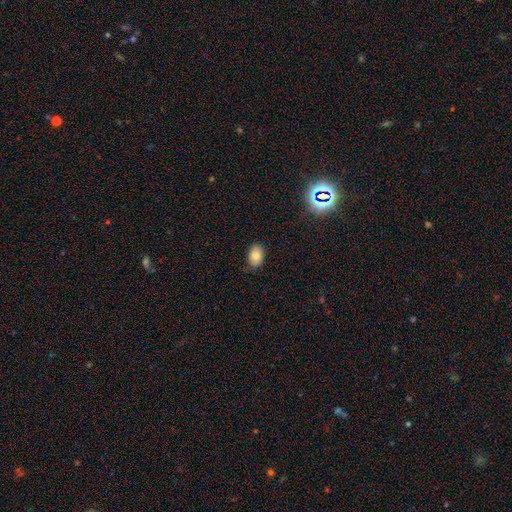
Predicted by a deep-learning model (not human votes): Smooth or featured: smooth — 80% (featured or disk — 10%)
How rounded: in between — 85% (round — 14%)
Merging: none — 78% (minor disturbance — 18%)